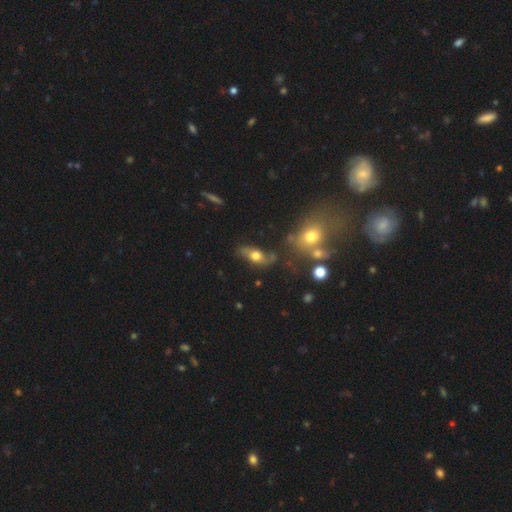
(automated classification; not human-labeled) This is possibly a smooth galaxy (52%). How rounded: likely in between (74%). Merging: likely none (63%).